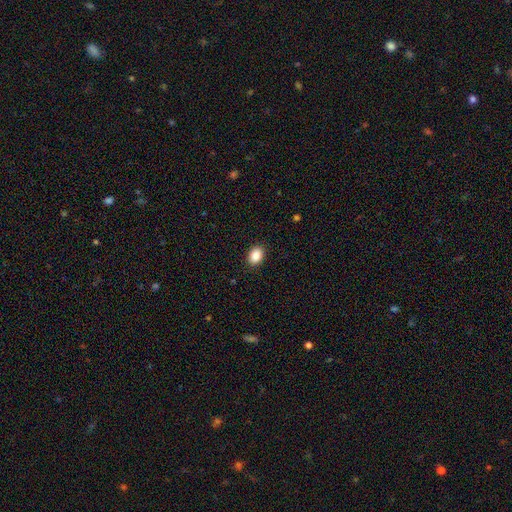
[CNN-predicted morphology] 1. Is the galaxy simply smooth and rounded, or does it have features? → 89% smooth, 8% star or artifact, 3% featured or disk.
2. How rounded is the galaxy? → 76% in between, 23% round, 1% cigar-shaped.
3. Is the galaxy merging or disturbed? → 90% none, 7% minor disturbance, 2% major disturbance, 1% merger.